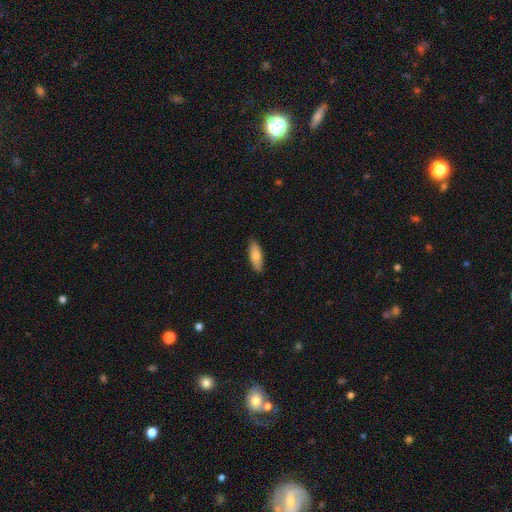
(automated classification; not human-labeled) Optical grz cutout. It shows a smooth galaxy with no disk features (78%) that is in between round and cigar-shaped (67%). Merging: none (87%).